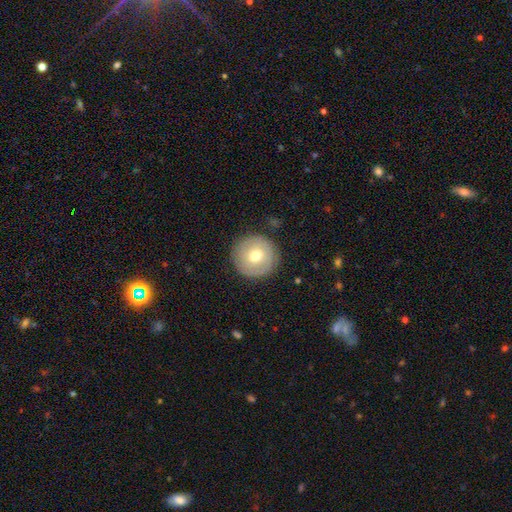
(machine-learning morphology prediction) Smooth or featured? smooth (60%)
How rounded? round (95%)
Merging? none (87%)